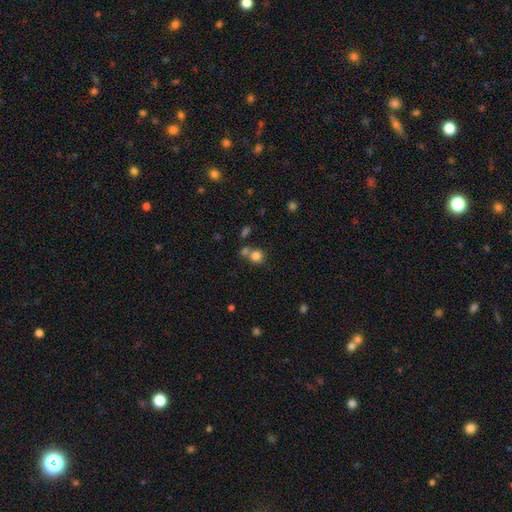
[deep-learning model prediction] This is likely a smooth galaxy (80%). How rounded: clearly round (84%). Merging: possibly none (52%).